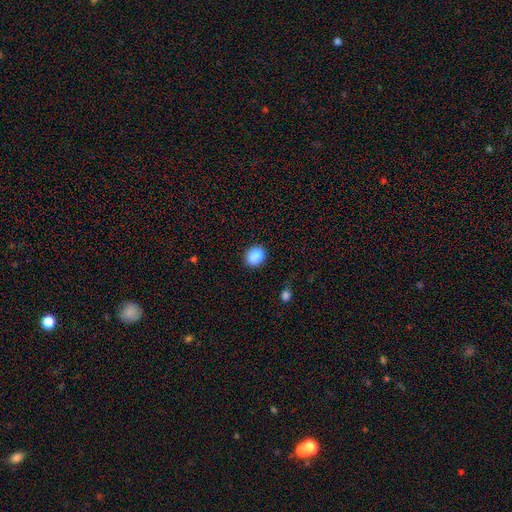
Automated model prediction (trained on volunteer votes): Smooth or featured? smooth (88%)
How rounded? in between (58%)
Merging? none (79%)